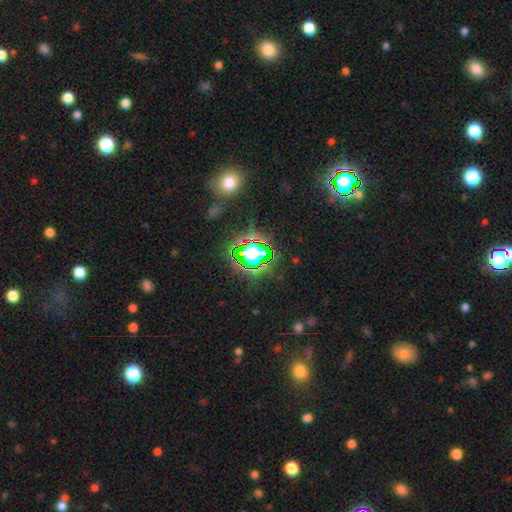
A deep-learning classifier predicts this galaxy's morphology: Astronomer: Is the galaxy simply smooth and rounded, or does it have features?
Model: star or artifact — 76%.